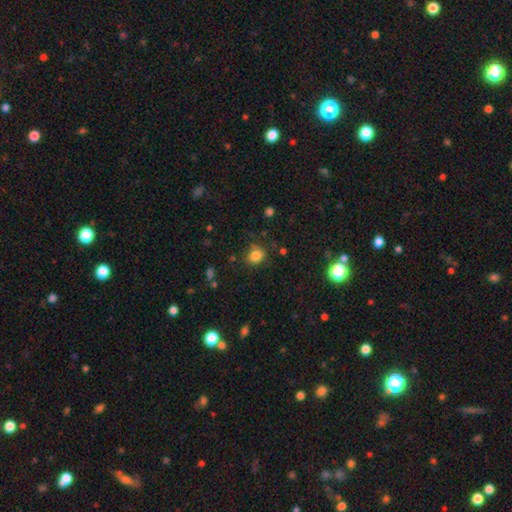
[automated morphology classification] This appears to be a smooth galaxy with no disk features (82%) that is round (65%). Merging: none (71%).